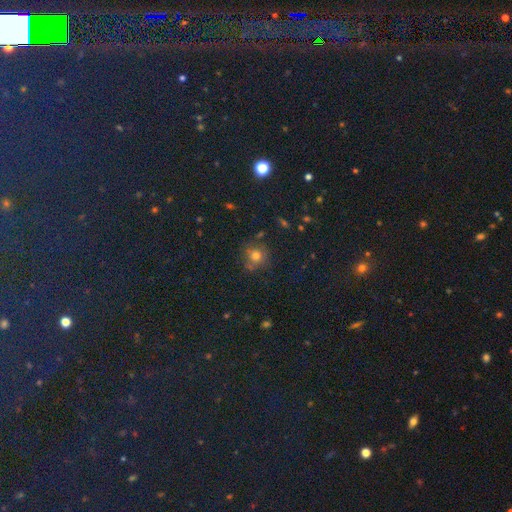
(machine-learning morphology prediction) smooth 68%, star or artifact 21%, featured or disk 11%. Down the decision tree: how rounded — round (87%); merging — none (72%).